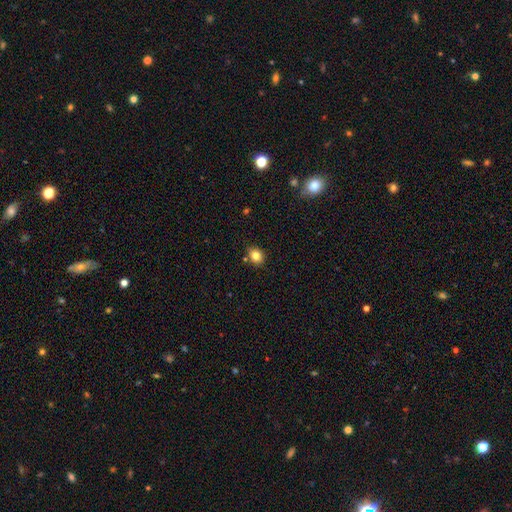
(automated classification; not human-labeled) smooth 82%, star or artifact 11%, featured or disk 7%. Down the decision tree: how rounded — round (52%); merging — none (82%).